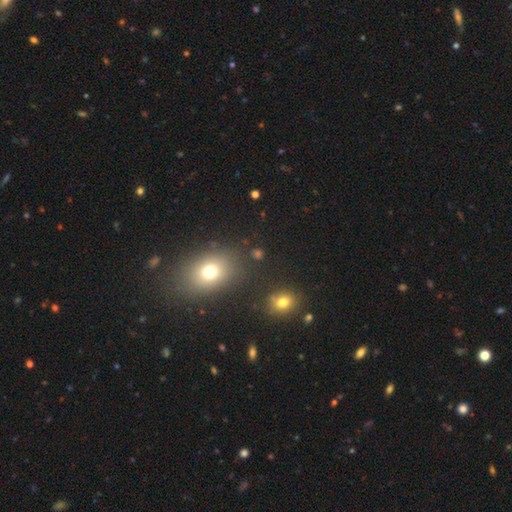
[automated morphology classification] A smooth galaxy with no disk features (60%) that is in between round and cigar-shaped (50%). Merging: none (80%).